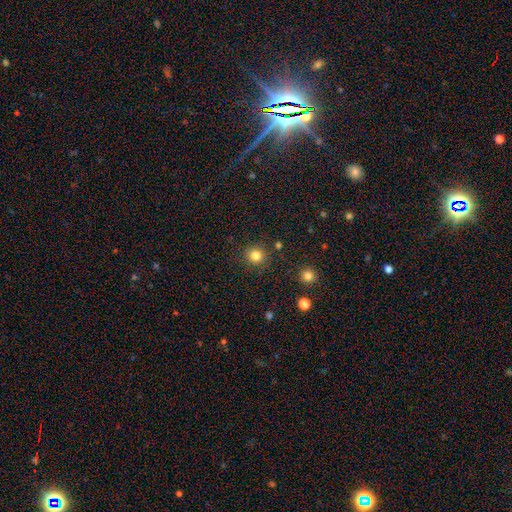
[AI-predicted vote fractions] This appears to be a smooth galaxy with no disk features (82%) that is round (92%). Merging: none (88%).